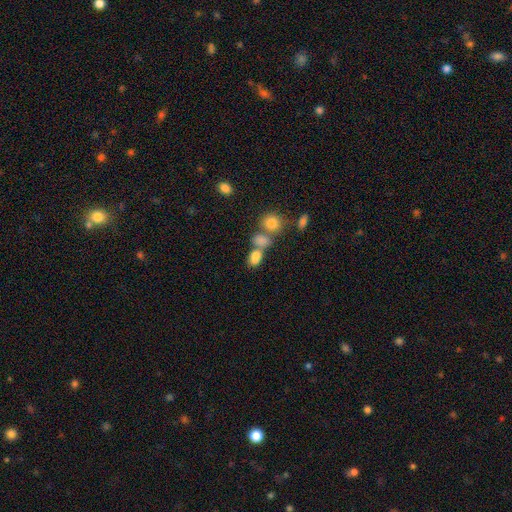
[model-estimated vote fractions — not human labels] The model was most divided on "merging": merger: 44%, none: 39%, minor disturbance: 11%, major disturbance: 6%. More confident: smooth or featured — smooth (79%); how rounded — in between (79%).